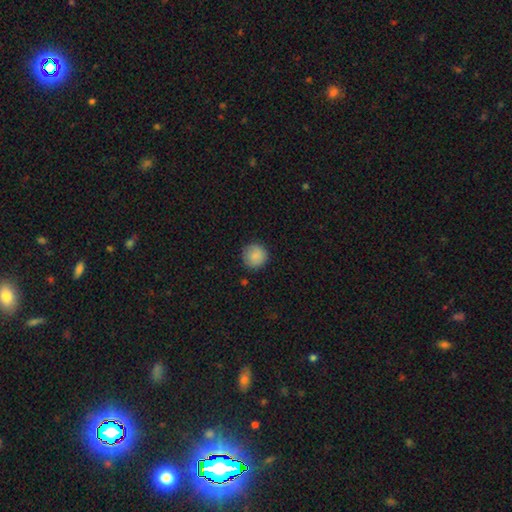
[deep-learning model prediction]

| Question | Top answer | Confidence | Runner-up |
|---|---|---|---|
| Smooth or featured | smooth | 87% | star or artifact (8%) |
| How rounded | round | 94% | in between (5%) |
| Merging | none | 88% | minor disturbance (9%) |